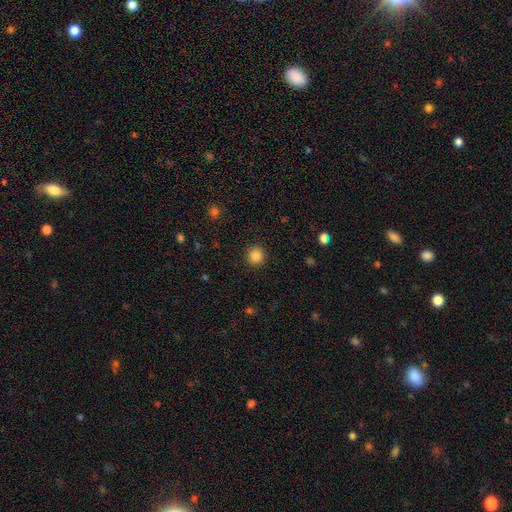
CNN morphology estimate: Q: Smooth or featured?
A: smooth (86%); runner-up: star or artifact (11%)
Q: How rounded?
A: round (93%); runner-up: in between (6%)
Q: Merging?
A: none (92%); runner-up: minor disturbance (5%)